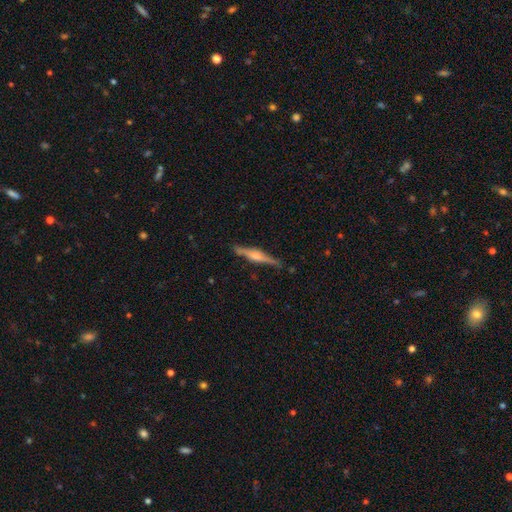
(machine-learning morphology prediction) Smooth or featured: featured or disk — 78% (smooth — 17%)
Edge-on disk: yes — 98% (no — 2%)
Edge-on bulge: rounded — 76% (boxy — 20%)
Merging: none — 85% (minor disturbance — 11%)